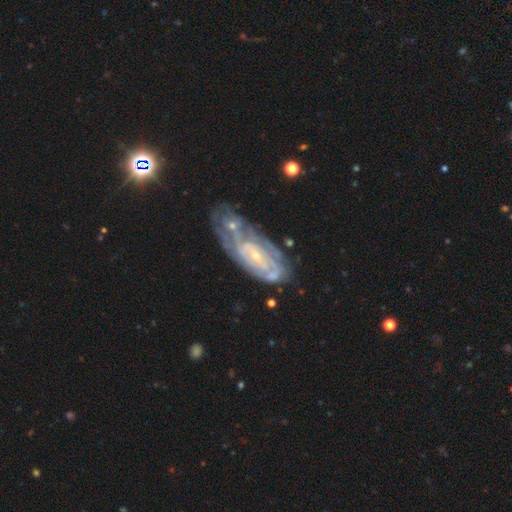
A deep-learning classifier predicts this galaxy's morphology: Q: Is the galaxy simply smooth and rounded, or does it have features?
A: featured or disk — 80%.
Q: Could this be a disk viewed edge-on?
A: no — 92%.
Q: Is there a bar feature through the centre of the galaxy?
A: no — 66%.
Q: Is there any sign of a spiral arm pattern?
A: yes — 84%.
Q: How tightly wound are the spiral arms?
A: tight — 70%.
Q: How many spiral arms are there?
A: can't tell — 55%.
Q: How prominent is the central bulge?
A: small — 79%.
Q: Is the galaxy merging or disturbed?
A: none — 45%.